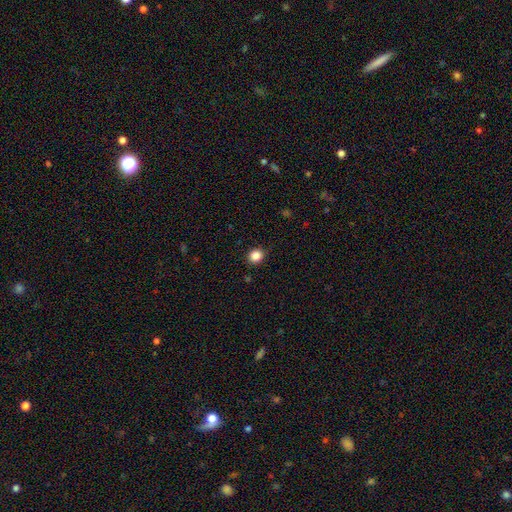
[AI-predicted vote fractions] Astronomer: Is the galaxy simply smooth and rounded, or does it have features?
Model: smooth — 86%.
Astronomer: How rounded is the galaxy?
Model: round — 77%.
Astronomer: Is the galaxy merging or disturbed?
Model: none — 91%.